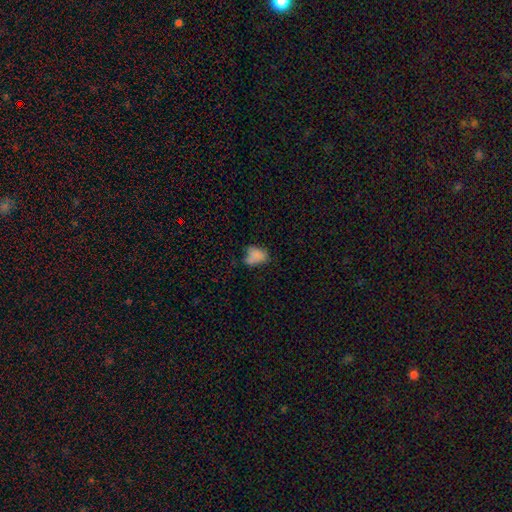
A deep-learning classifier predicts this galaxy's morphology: Smooth or featured?
  - smooth: 76% *
  - featured or disk: 13%
  - star or artifact: 12%
How rounded?
  - in between: 75% *
  - round: 24%
  - cigar-shaped: 1%
Merging?
  - none: 42% *
  - minor disturbance: 32%
  - major disturbance: 17%
  - merger: 10%